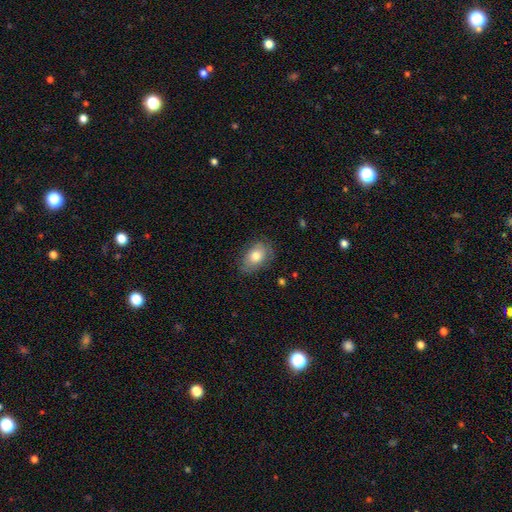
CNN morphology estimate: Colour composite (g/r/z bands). It shows a smooth galaxy with no disk features (70%) that is in between round and cigar-shaped (82%). Merging: none (73%).